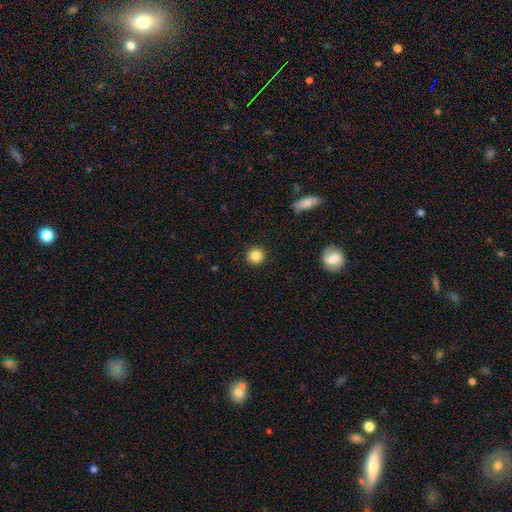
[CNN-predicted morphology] The model was most divided on "smooth or featured": smooth: 85%, star or artifact: 10%, featured or disk: 5%. More confident: how rounded — round (93%); merging — none (92%).